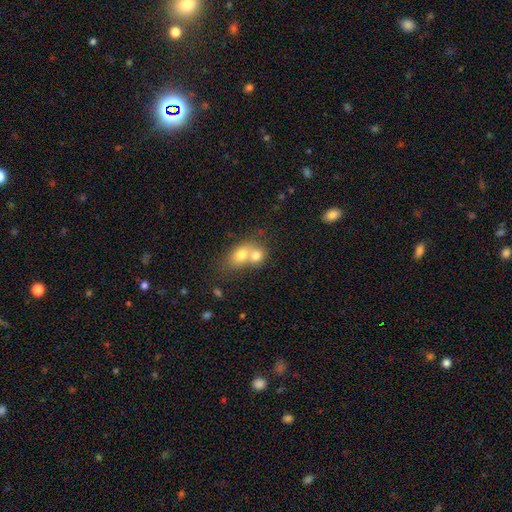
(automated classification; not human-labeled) This appears to be a smooth galaxy with no disk features (72%) that is round (53%). Merging: merger (72%).